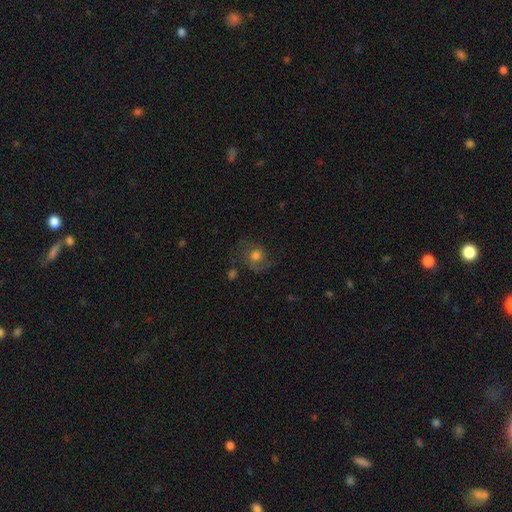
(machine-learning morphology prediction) smooth 51%, featured or disk 37%, star or artifact 12%. Down the decision tree: how rounded — round (77%); merging — none (59%).